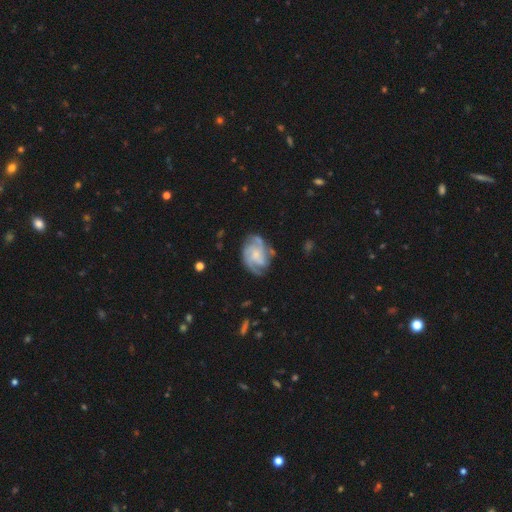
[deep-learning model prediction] The model was most divided on "spiral winding": medium: 45%, tight: 41%, loose: 14%. Remaining: edge-on disk — no (98%); spiral arms — yes (95%); smooth or featured — featured or disk (82%); merging — none (70%); bar — no (61%); bulge size — small (39%); spiral arm count — 3 (37%).